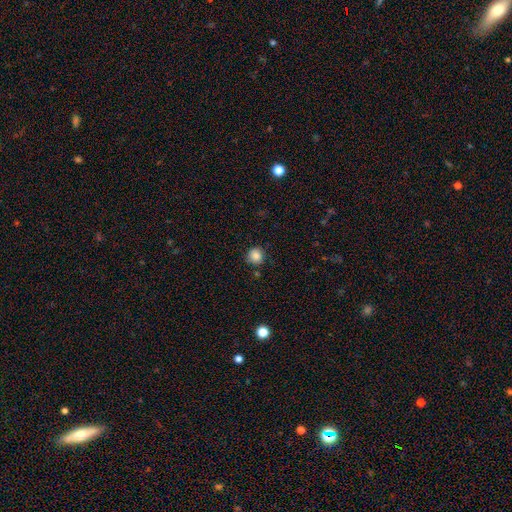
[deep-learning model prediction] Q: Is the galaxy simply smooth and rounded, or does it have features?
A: smooth — 86%.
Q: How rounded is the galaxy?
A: round — 88%.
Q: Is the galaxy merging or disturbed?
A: none — 82%.